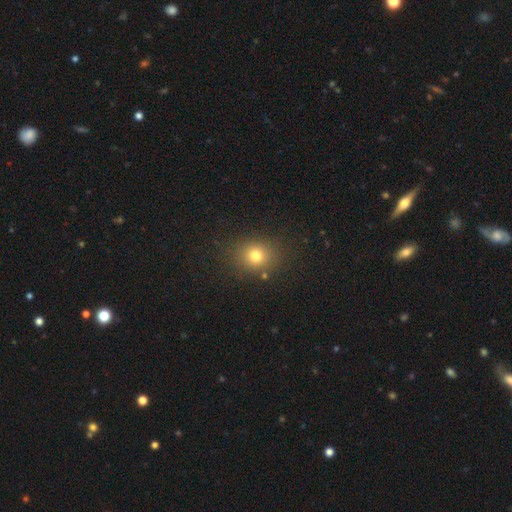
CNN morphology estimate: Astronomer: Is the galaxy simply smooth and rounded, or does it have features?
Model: smooth — 75%.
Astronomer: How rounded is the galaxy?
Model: round — 73%.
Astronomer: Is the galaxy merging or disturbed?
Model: none — 83%.